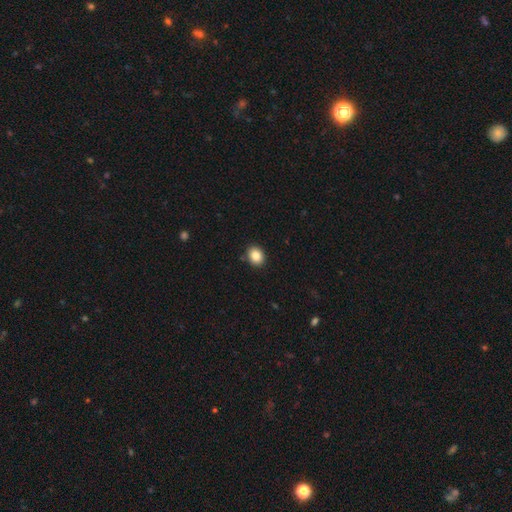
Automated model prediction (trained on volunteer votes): Morphology: type=smooth (86%); roundness=round (51%); merging=none (89%).